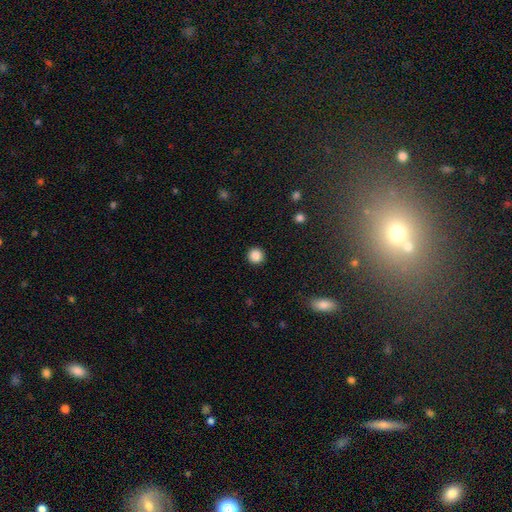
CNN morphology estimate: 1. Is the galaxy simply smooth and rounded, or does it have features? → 87% smooth, 10% star or artifact, 3% featured or disk.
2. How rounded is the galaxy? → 95% round, 4% in between, 1% cigar-shaped.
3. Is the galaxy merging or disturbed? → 92% none, 5% minor disturbance, 2% major disturbance, 1% merger.